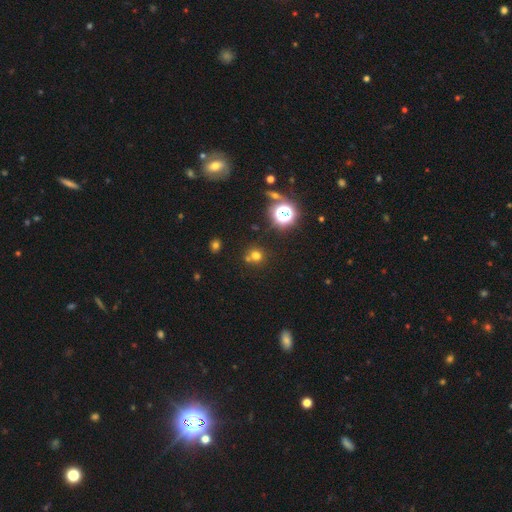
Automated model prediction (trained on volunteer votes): smooth-or-featured: smooth: 67% | star or artifact: 25% | featured or disk: 8%
  how-rounded: round: 88% | in between: 11% | cigar-shaped: 1%
  merging: none: 67% | merger: 21% | minor disturbance: 9% | major disturbance: 3%